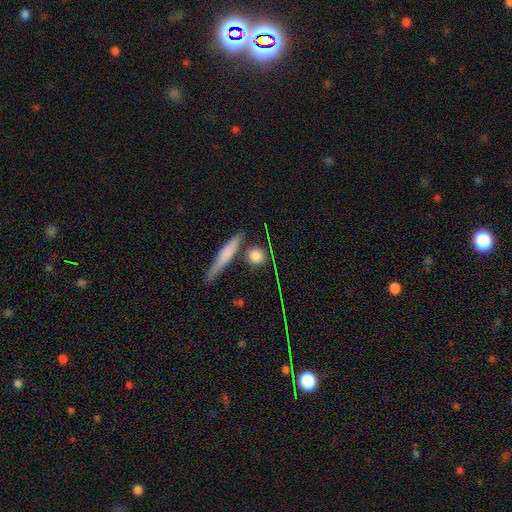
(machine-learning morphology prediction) A smooth galaxy with no disk features (75%) that is round (72%).

Vote fractions:
- Smooth or featured? smooth: 75% / featured or disk: 14% / star or artifact: 11%
- How rounded? round: 72% / cigar-shaped: 14% / in between: 14%
- Merging? none: 79% / minor disturbance: 9% / merger: 9% / major disturbance: 3%